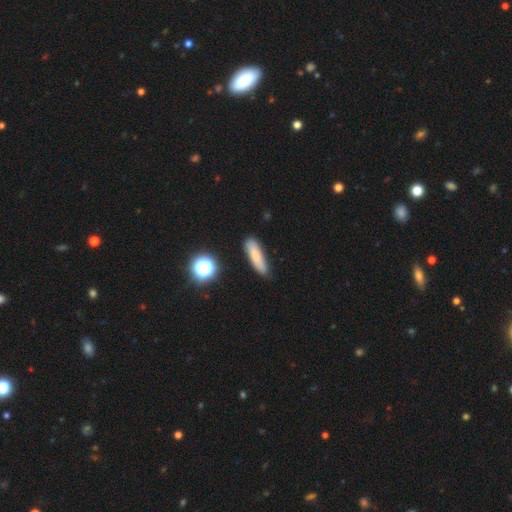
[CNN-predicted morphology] Smooth or featured? Predicted: smooth (p=0.78). How rounded? Predicted: cigar-shaped (p=0.70). Merging? Predicted: none (p=0.78).